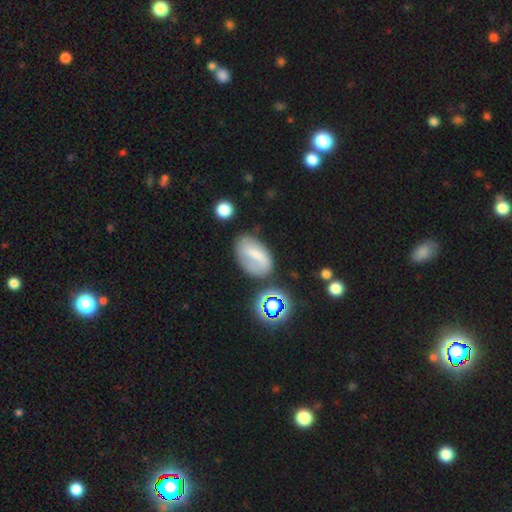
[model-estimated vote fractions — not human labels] smooth-or-featured: smooth: 60% | featured or disk: 28% | star or artifact: 13%
  how-rounded: in between: 88% | round: 9% | cigar-shaped: 4%
  merging: none: 54% | minor disturbance: 26% | major disturbance: 12% | merger: 7%